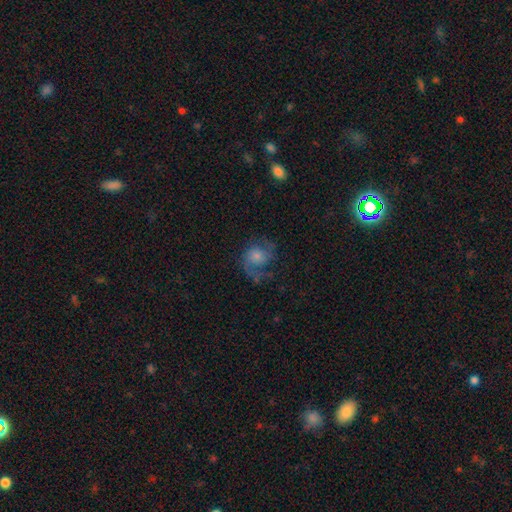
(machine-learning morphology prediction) Overall: featured or disk (71%). Edge-on disk: no (98%). Bar: no (72%). Spiral arms: yes (92%). Spiral arm count: 2 (71%). Spiral winding: medium (48%; loose 33%). Bulge size: small (43%; moderate 39%). Merging: none (60%).